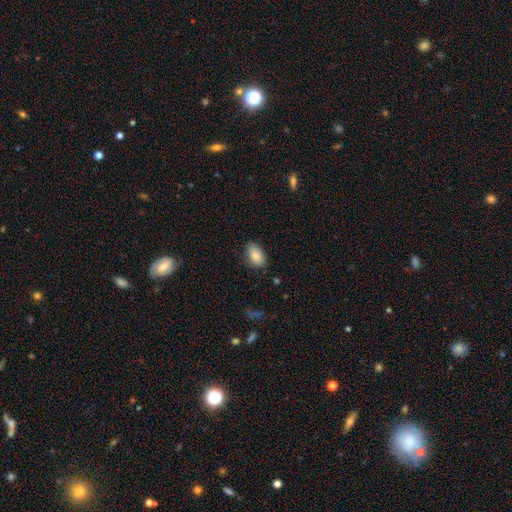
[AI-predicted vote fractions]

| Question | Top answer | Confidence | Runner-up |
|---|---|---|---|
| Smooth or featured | smooth | 85% | featured or disk (8%) |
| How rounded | in between | 90% | round (8%) |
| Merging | none | 78% | minor disturbance (17%) |